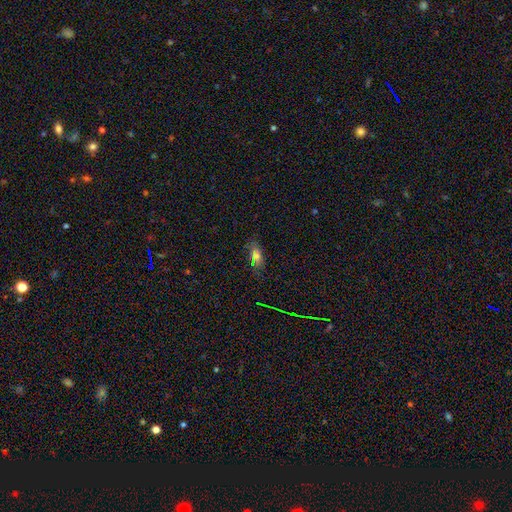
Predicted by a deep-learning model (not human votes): smooth_or_featured: smooth (p=0.60) [alt: star or artifact p=0.25]
how_rounded: in between (p=0.81) [alt: cigar-shaped p=0.12]
merging: none (p=0.77) [alt: minor disturbance p=0.15]